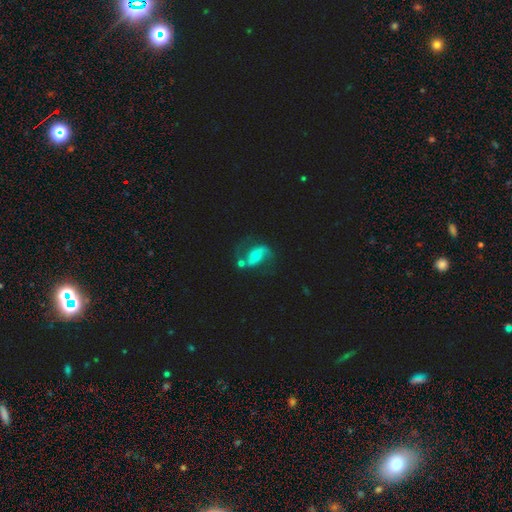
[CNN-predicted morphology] Smooth or featured? Predicted: featured or disk (p=0.77). Edge-on disk? Predicted: no (p=0.96). Bar? Predicted: weak (p=0.36). Spiral arms? Predicted: yes (p=0.90). Spiral winding? Predicted: loose (p=0.54). Spiral arm count? Predicted: 2 (p=0.88). Bulge size? Predicted: moderate (p=0.50). Merging? Predicted: none (p=0.54).